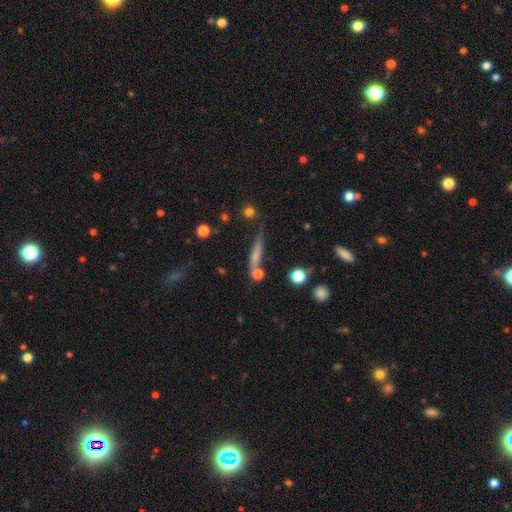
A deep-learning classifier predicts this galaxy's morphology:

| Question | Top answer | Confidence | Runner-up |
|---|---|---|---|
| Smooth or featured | smooth | 53% | featured or disk (36%) |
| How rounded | cigar-shaped | 86% | in between (8%) |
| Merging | none | 63% | minor disturbance (19%) |